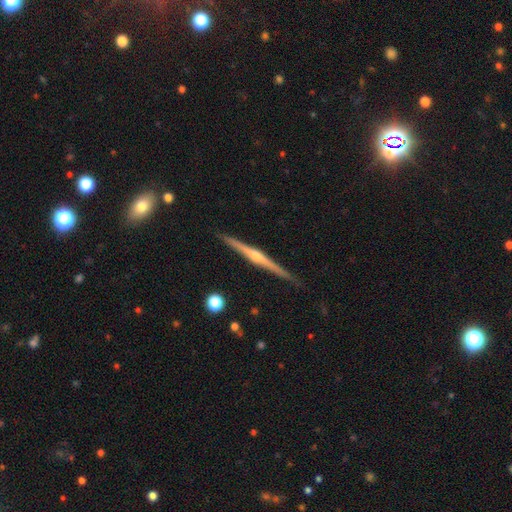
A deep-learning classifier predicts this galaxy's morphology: smooth_or_featured: featured or disk (p=0.84) [alt: smooth p=0.11]
disk_edge_on: yes (p=0.99) [alt: no p=0.01]
edge_on_bulge: rounded (p=0.87) [alt: none p=0.08]
merging: none (p=0.91) [alt: minor disturbance p=0.07]